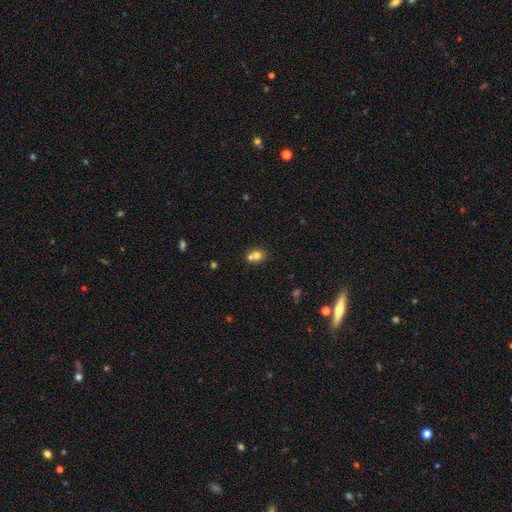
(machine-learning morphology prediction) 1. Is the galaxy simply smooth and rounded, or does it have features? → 73% smooth, 14% featured or disk, 14% star or artifact.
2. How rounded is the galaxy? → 74% round, 25% in between, 1% cigar-shaped.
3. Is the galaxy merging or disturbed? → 49% merger, 41% none, 7% minor disturbance, 3% major disturbance.